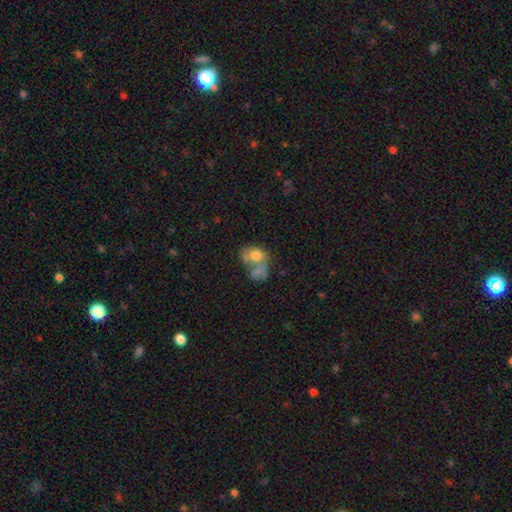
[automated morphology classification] The model was most divided on "how rounded": in between: 64%, round: 35%, cigar-shaped: 1%. More confident: smooth or featured — smooth (60%); merging — merger (57%).